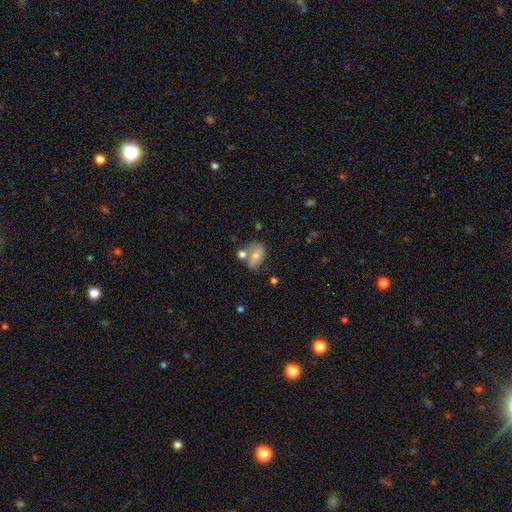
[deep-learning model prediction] A smooth galaxy with no disk features (56%) that is in between round and cigar-shaped (73%).

Vote fractions:
- Smooth or featured? smooth: 56% / featured or disk: 34% / star or artifact: 10%
- How rounded? in between: 73% / round: 25% / cigar-shaped: 2%
- Merging? none: 45% / merger: 23% / minor disturbance: 21% / major disturbance: 11%